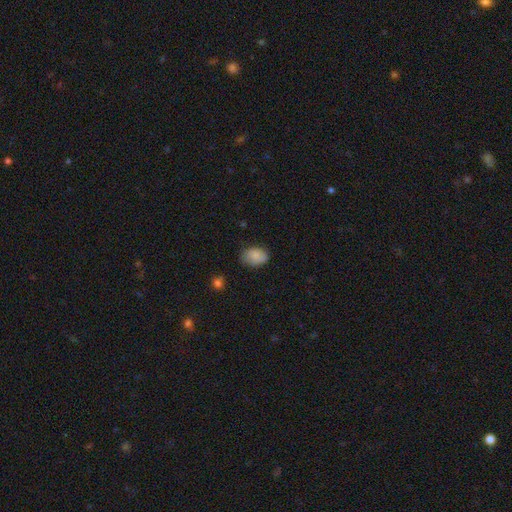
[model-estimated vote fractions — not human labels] smooth_or_featured: smooth (p=0.83) [alt: featured or disk p=0.09]
how_rounded: in between (p=0.79) [alt: round p=0.20]
merging: none (p=0.67) [alt: minor disturbance p=0.26]